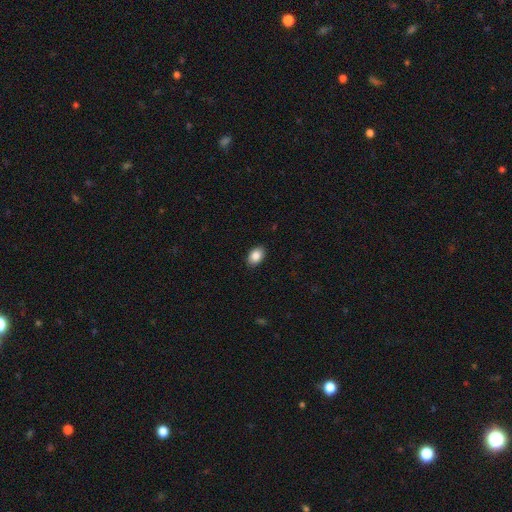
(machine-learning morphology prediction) The model was most divided on "how rounded": in between: 87%, round: 12%, cigar-shaped: 1%. More confident: merging — none (89%); smooth or featured — smooth (87%).